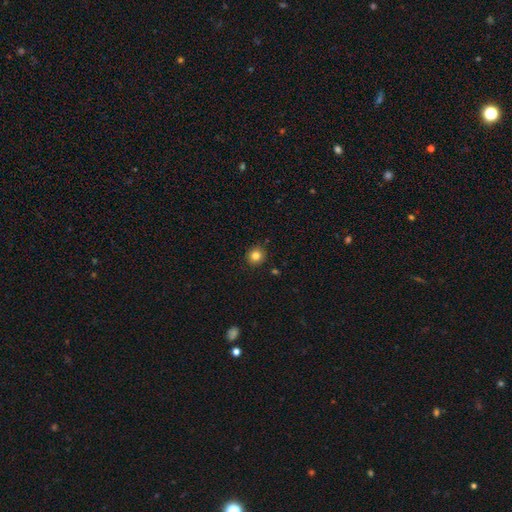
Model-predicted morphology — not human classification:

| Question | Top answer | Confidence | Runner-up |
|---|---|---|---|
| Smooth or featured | smooth | 83% | star or artifact (12%) |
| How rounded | round | 92% | in between (7%) |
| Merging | none | 90% | minor disturbance (6%) |